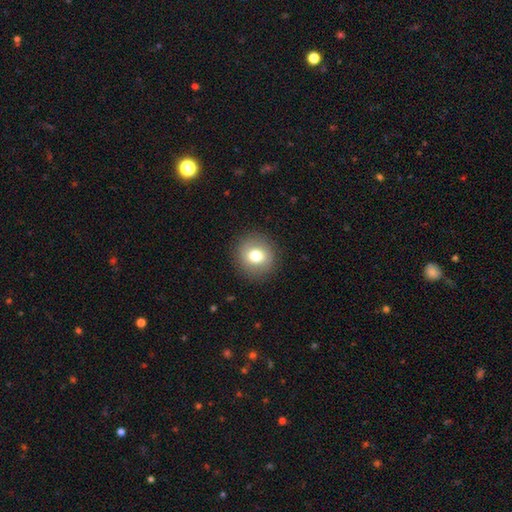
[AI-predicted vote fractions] Overall: smooth (75%). How rounded: round (90%). Merging: none (89%).